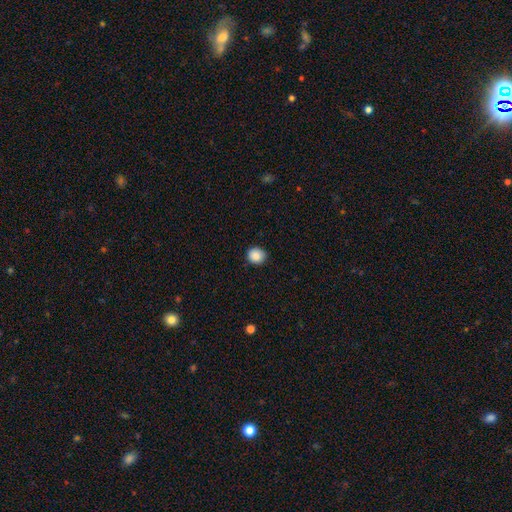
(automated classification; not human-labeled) Smooth or featured? smooth (88%)
How rounded? round (88%)
Merging? none (89%)